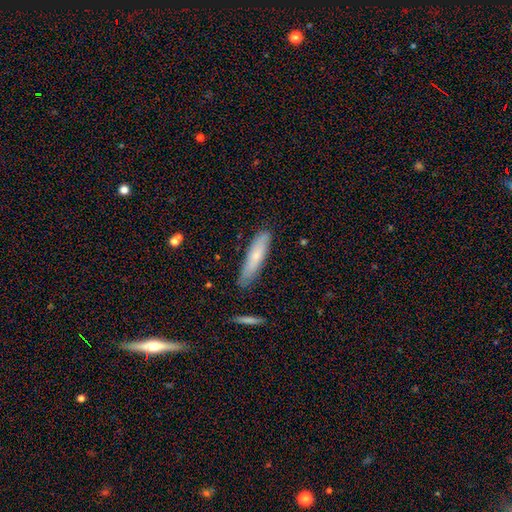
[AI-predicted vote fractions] Smooth or featured?
  - smooth: 69% *
  - featured or disk: 24%
  - star or artifact: 6%
How rounded?
  - cigar-shaped: 79% *
  - in between: 19%
  - round: 1%
Merging?
  - none: 78% *
  - minor disturbance: 17%
  - major disturbance: 3%
  - merger: 2%